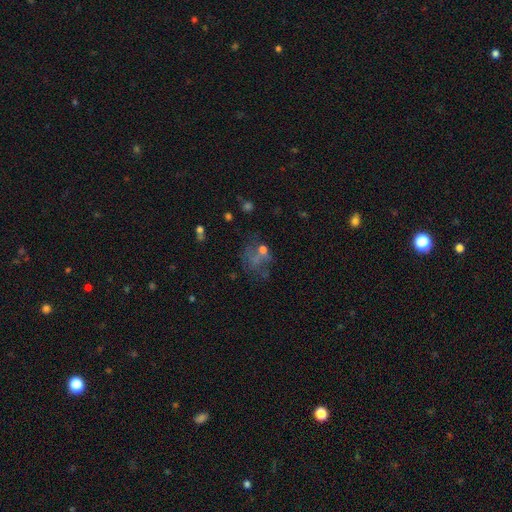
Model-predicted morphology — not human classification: This appears to be a smooth galaxy with no disk features (38%). Merging: none (38%).